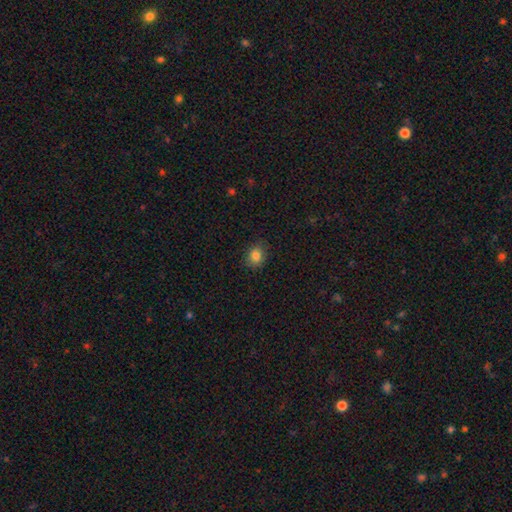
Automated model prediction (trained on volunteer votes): smooth-or-featured: smooth: 83% | star or artifact: 11% | featured or disk: 6%
  how-rounded: in between: 52% | round: 47% | cigar-shaped: 1%
  merging: none: 84% | minor disturbance: 12% | major disturbance: 3% | merger: 1%